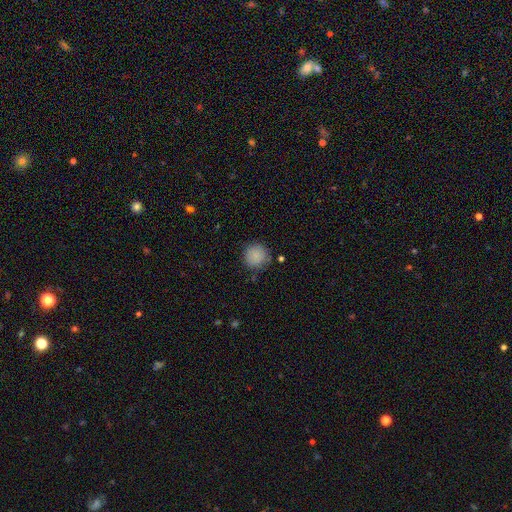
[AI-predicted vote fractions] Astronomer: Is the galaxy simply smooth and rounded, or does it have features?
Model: smooth — 87%.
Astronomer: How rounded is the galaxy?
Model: round — 94%.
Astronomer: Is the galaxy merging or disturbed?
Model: none — 82%.